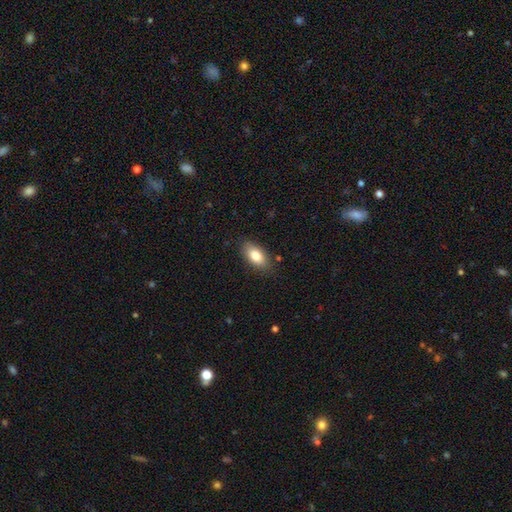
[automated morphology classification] Smooth or featured: smooth — 80% (featured or disk — 12%)
How rounded: in between — 90% (cigar-shaped — 6%)
Merging: none — 84% (minor disturbance — 12%)